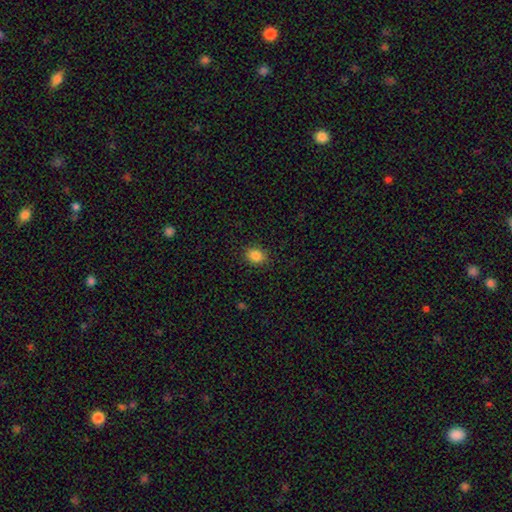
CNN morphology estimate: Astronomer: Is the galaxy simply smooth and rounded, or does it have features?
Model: smooth — 86%.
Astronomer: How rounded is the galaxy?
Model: in between — 50% (runner-up: round, 49%).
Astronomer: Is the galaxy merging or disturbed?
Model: none — 89%.